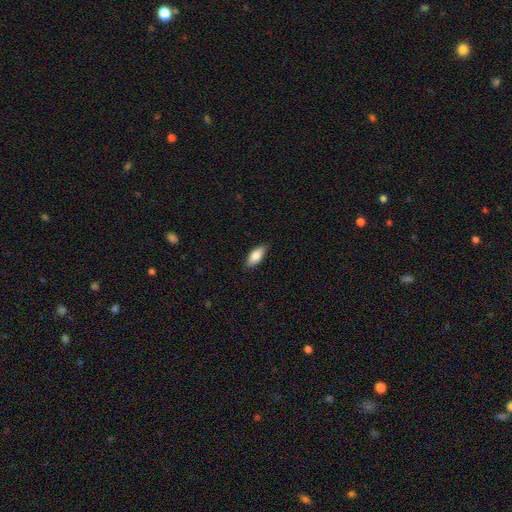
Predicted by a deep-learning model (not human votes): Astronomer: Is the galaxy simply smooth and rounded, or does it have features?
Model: smooth — 84%.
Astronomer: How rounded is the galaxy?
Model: in between — 82%.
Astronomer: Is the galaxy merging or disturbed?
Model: none — 87%.